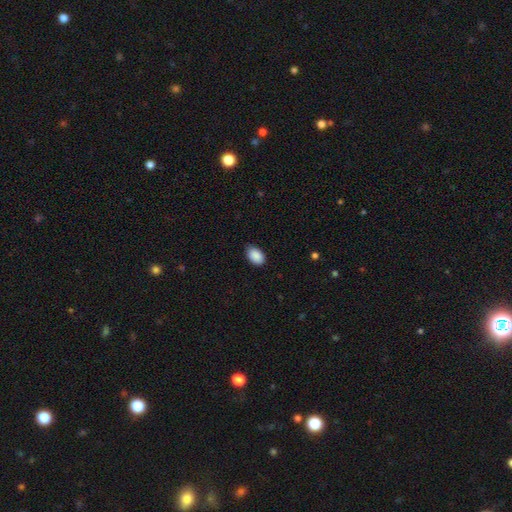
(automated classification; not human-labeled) A smooth galaxy with no disk features (90%) that is in between round and cigar-shaped (89%). Merging: none (80%).